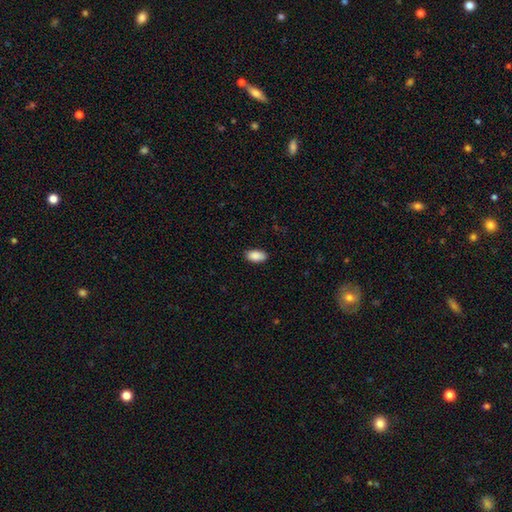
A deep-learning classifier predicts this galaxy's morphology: smooth 90%, star or artifact 7%, featured or disk 3%. Down the decision tree: how rounded — in between (93%); merging — none (87%).